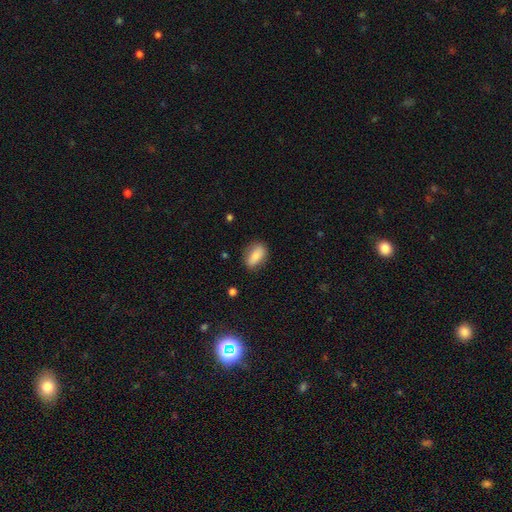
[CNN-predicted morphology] A smooth galaxy with no disk features (82%) that is in between round and cigar-shaped (86%). Merging: none (80%).